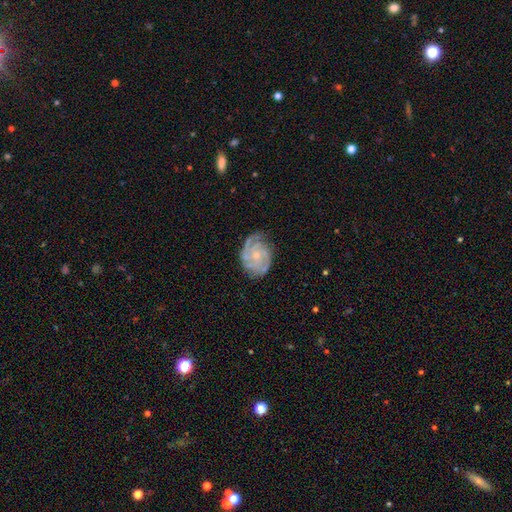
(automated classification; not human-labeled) A featured or disk galaxy (89%) with no bar (74%), 3 (40%) tight (65%) spiral arms (98%) and a small central bulge (71%). Merging: none (74%).